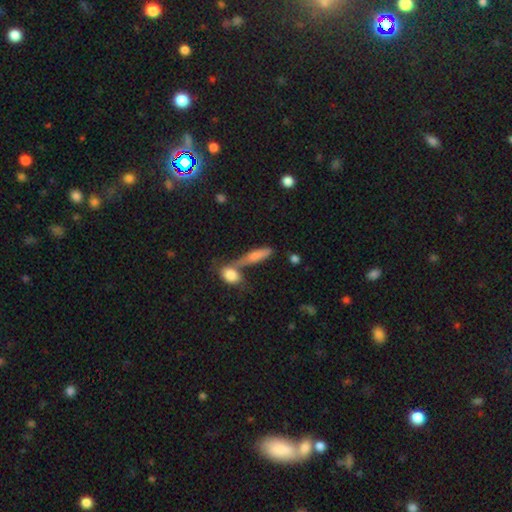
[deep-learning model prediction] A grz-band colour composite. It shows a smooth galaxy with no disk features (73%) that is cigar-shaped (60%). Merging: none (46%).